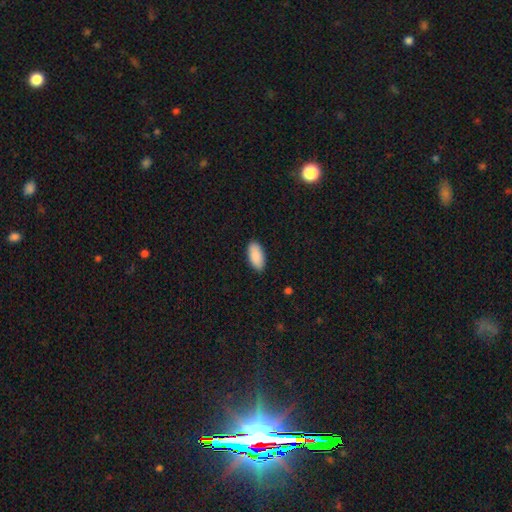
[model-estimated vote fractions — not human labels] This appears to be a smooth galaxy with no disk features (91%) that is in between round and cigar-shaped (93%). Merging: none (89%).